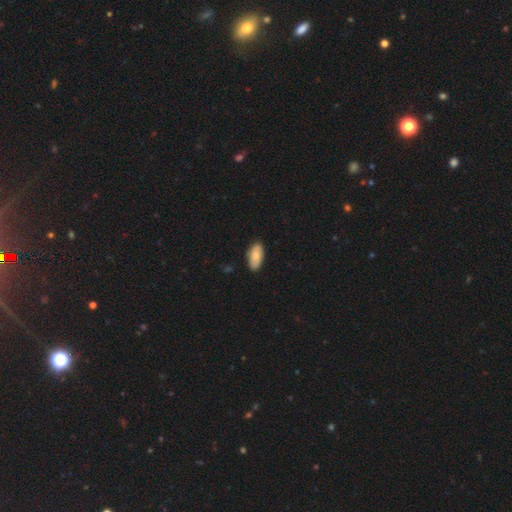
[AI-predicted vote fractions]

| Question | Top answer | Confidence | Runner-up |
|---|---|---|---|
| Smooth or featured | smooth | 78% | featured or disk (16%) |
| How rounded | in between | 92% | cigar-shaped (6%) |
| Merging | none | 85% | minor disturbance (12%) |